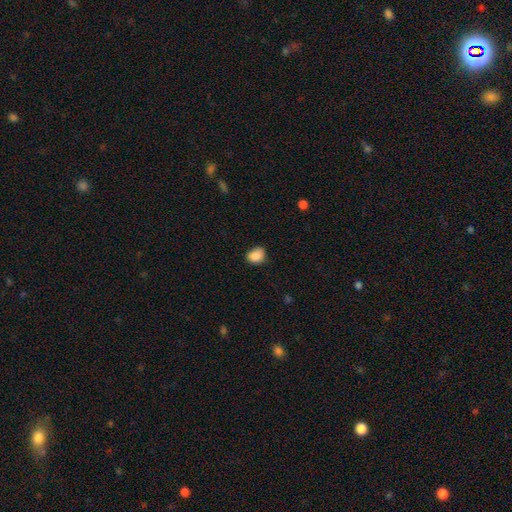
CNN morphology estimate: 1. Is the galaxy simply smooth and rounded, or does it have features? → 88% smooth, 9% star or artifact, 3% featured or disk.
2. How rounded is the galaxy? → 54% in between, 45% round, 1% cigar-shaped.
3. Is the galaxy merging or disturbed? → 77% none, 19% minor disturbance, 3% major disturbance, 1% merger.